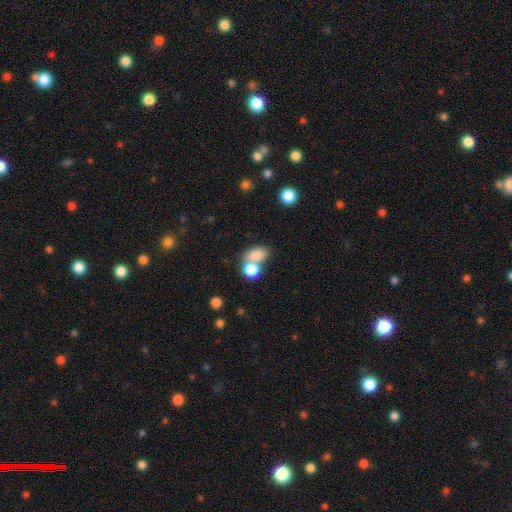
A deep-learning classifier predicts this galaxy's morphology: This appears to be a smooth galaxy with no disk features (81%) that is in between round and cigar-shaped (74%). Merging: merger (51%).